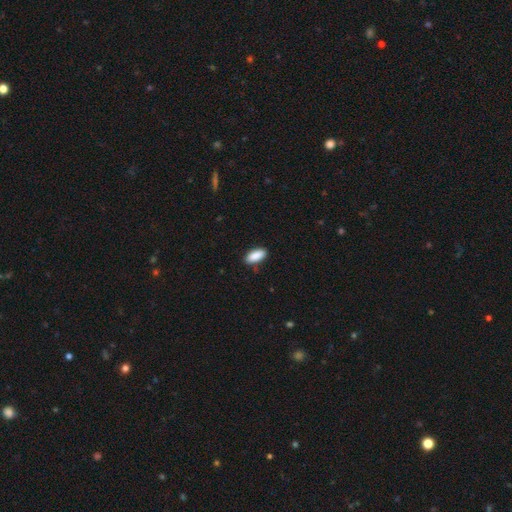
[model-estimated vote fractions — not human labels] Smooth or featured: smooth — 89% (star or artifact — 6%)
How rounded: in between — 85% (cigar-shaped — 13%)
Merging: none — 86% (minor disturbance — 11%)